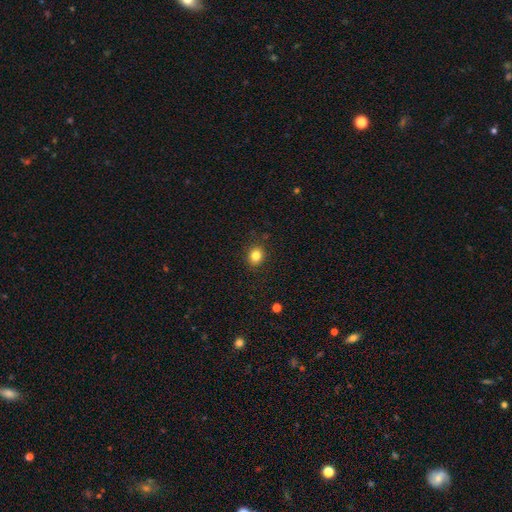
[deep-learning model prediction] A smooth galaxy with no disk features (83%) that is round (73%). Merging: none (89%).